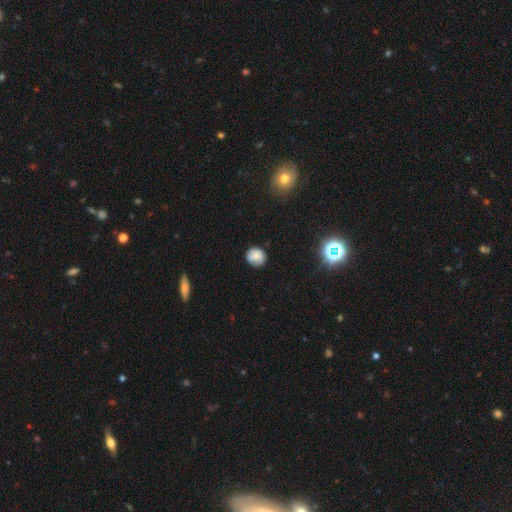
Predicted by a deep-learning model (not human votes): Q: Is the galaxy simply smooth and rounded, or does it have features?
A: smooth — 80%.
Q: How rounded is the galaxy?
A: round — 82%.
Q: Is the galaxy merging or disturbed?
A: none — 77%.